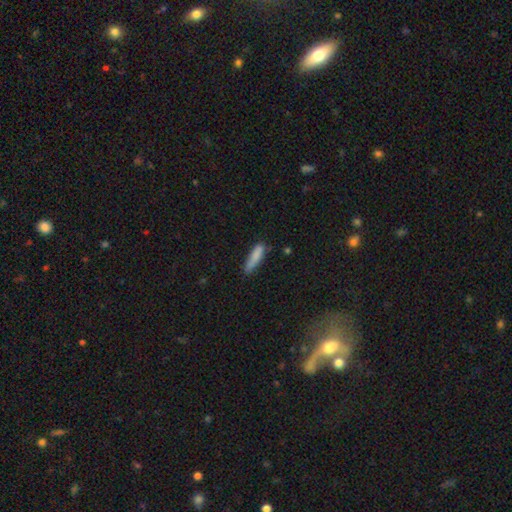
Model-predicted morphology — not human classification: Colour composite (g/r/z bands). It shows a smooth galaxy with no disk features (84%) that is cigar-shaped (82%). Merging: none (68%).